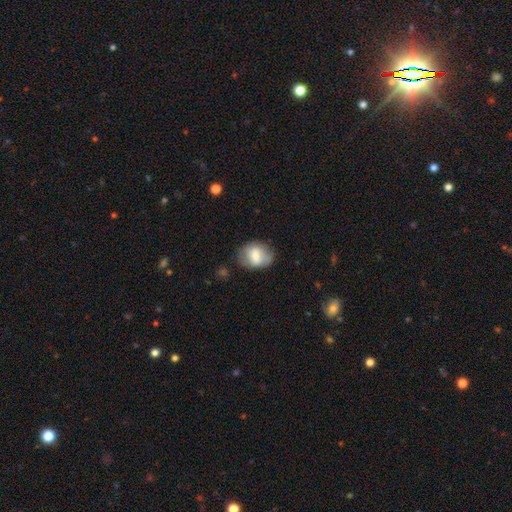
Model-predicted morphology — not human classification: Smooth or featured? Predicted: smooth (p=0.70). How rounded? Predicted: in between (p=0.68). Merging? Predicted: none (p=0.71).